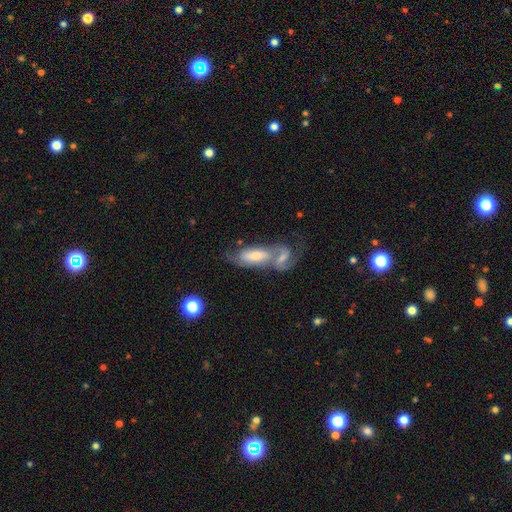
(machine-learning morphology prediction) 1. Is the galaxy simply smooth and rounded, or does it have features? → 59% featured or disk, 33% smooth, 8% star or artifact.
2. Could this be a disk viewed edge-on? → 86% no, 14% yes.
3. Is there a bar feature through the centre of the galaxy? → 49% no, 36% weak, 15% strong.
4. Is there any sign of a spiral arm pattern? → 82% yes, 18% no.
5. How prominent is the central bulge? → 44% moderate, 36% small, 10% large, 9% none, 2% dominant.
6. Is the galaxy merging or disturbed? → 63% merger, 21% none, 9% minor disturbance, 7% major disturbance.